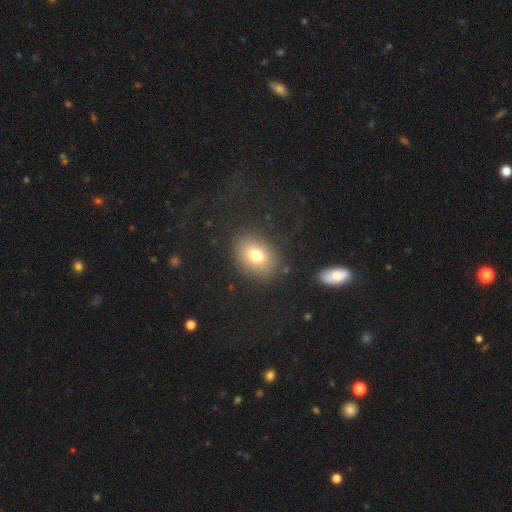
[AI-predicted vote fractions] Morphology: type=smooth (74%); roundness=in between (60%); merging=none (82%).